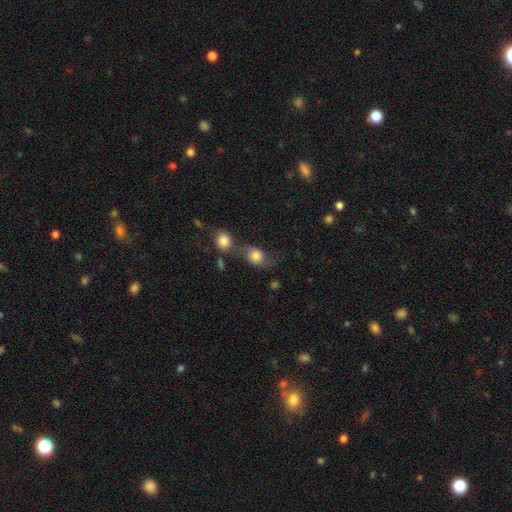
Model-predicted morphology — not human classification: Overall: smooth (71%). How rounded: round (58%; in between 41%). Merging: none (37%; merger 35%).